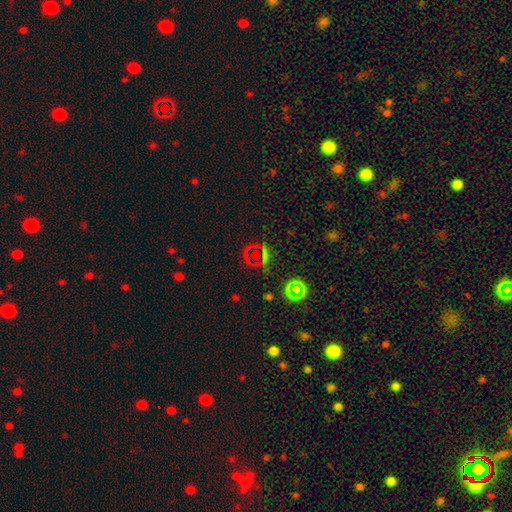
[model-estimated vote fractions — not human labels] Q: Smooth or featured?
A: star or artifact (72%); runner-up: smooth (19%)